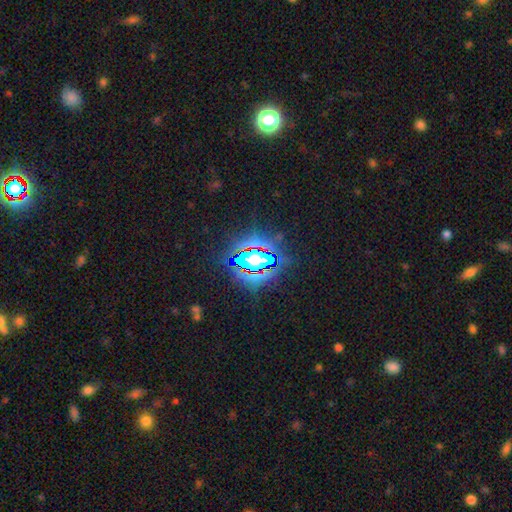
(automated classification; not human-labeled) star or artifact 68%, smooth 18%, featured or disk 14%.